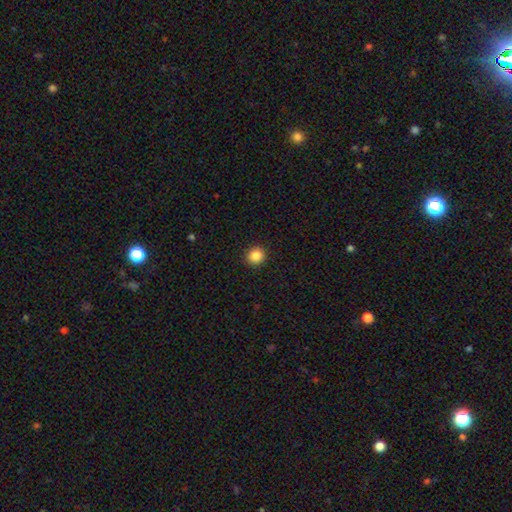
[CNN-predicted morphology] The model was most divided on "smooth or featured": smooth: 87%, star or artifact: 10%, featured or disk: 4%. More confident: merging — none (93%); how rounded — round (92%).